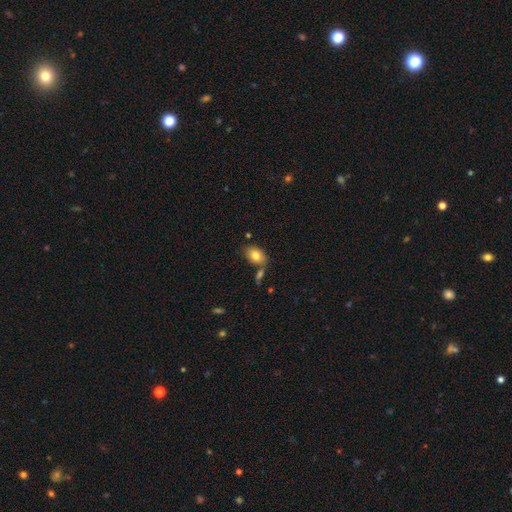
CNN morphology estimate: Smooth or featured? smooth (80%)
How rounded? in between (84%)
Merging? none (62%)